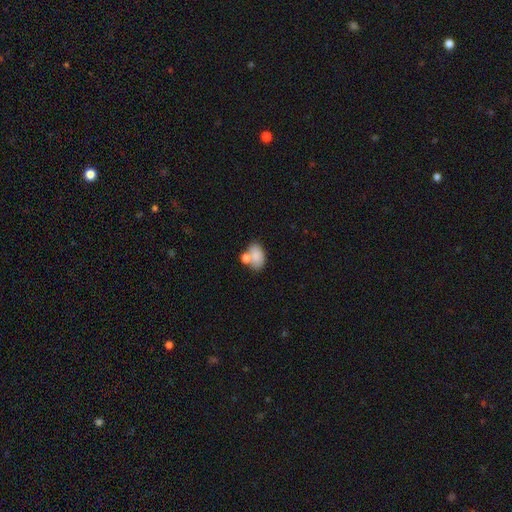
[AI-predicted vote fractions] Smooth or featured? Predicted: smooth (p=0.80). How rounded? Predicted: in between (p=0.85). Merging? Predicted: none (p=0.47).